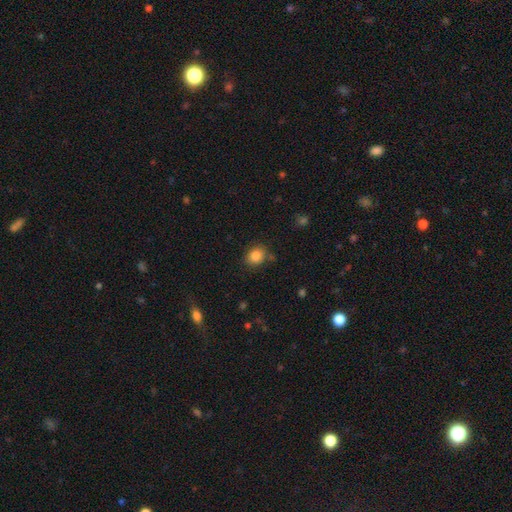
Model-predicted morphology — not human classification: The model was most divided on "how rounded": round: 65%, in between: 34%, cigar-shaped: 1%. More confident: smooth or featured — smooth (85%); merging — none (79%).